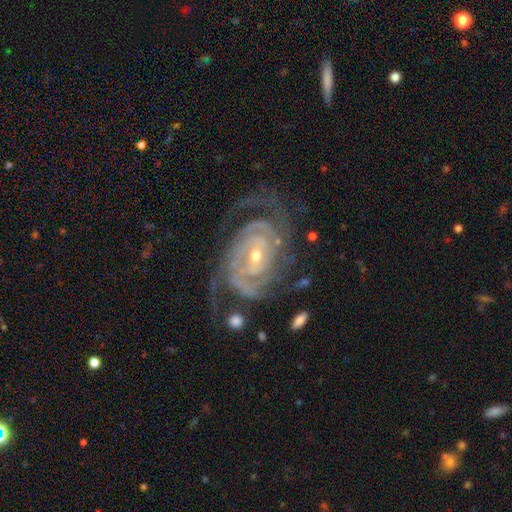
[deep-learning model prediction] smooth_or_featured: featured or disk (p=0.92) [alt: star or artifact p=0.05]
disk_edge_on: no (p=0.97) [alt: yes p=0.03]
bar: no (p=0.49) [alt: weak p=0.32]
has_spiral_arms: yes (p=0.98) [alt: no p=0.02]
spiral_winding: tight (p=0.75) [alt: medium p=0.21]
spiral_arm_count: 2 (p=0.37) [alt: 3 p=0.25]
bulge_size: small (p=0.60) [alt: moderate p=0.37]
merging: none (p=0.67) [alt: minor disturbance p=0.18]